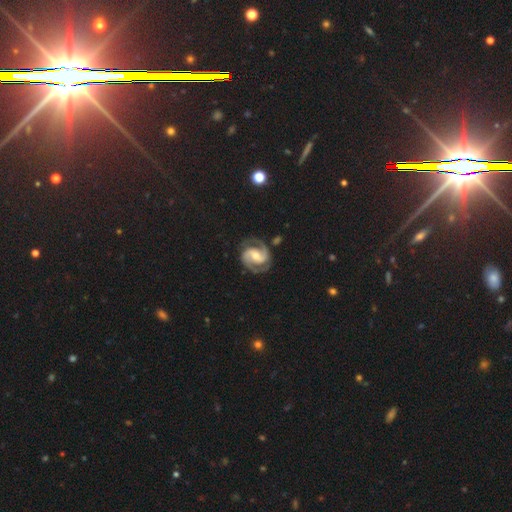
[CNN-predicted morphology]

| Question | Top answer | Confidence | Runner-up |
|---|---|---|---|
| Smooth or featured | featured or disk | 92% | star or artifact (4%) |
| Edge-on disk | no | 98% | yes (2%) |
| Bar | weak | 44% | strong (29%) |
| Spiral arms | yes | 98% | no (2%) |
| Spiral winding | medium | 54% | tight (37%) |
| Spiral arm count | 2 | 94% | can't tell (2%) |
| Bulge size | moderate | 58% | small (32%) |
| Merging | none | 81% | minor disturbance (13%) |